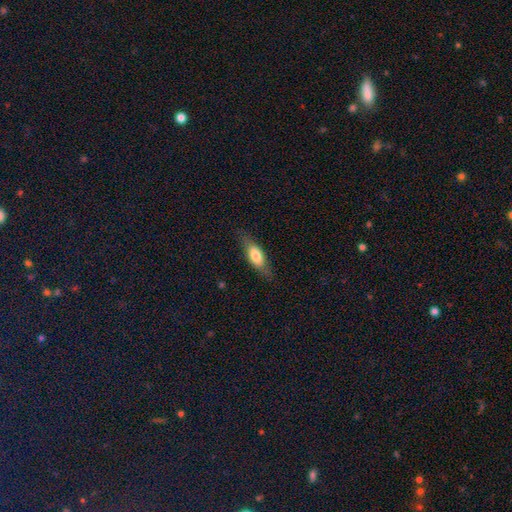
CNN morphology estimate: Q: Smooth or featured?
A: smooth (68%); runner-up: featured or disk (26%)
Q: How rounded?
A: in between (67%); runner-up: cigar-shaped (30%)
Q: Merging?
A: none (78%); runner-up: minor disturbance (16%)